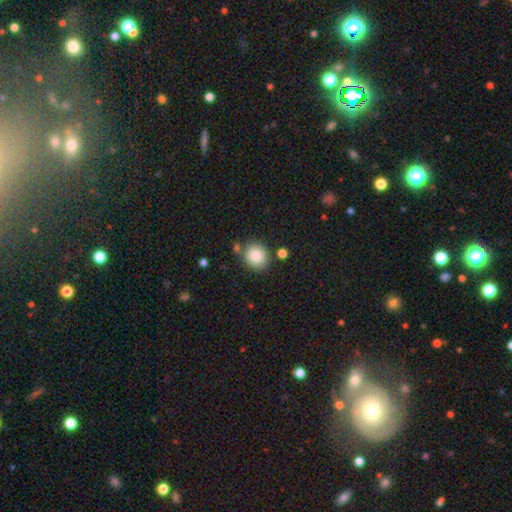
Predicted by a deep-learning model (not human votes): A smooth galaxy with no disk features (85%) that is round (86%).

Vote fractions:
- Smooth or featured? smooth: 85% / star or artifact: 9% / featured or disk: 6%
- How rounded? round: 86% / in between: 13% / cigar-shaped: 1%
- Merging? none: 77% / minor disturbance: 11% / merger: 9% / major disturbance: 3%